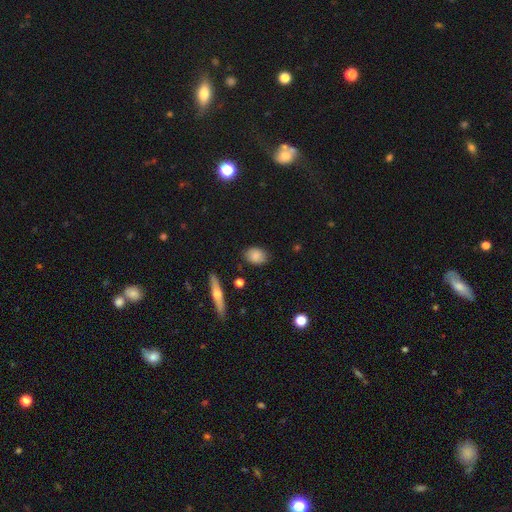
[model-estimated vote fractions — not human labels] Q: Smooth or featured?
A: smooth (82%); runner-up: featured or disk (10%)
Q: How rounded?
A: in between (70%); runner-up: round (27%)
Q: Merging?
A: none (85%); runner-up: minor disturbance (11%)